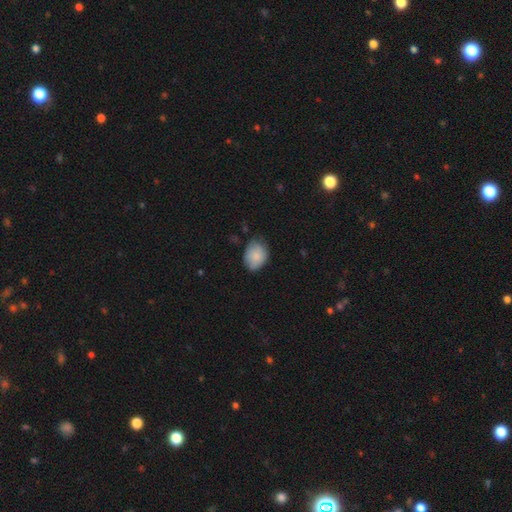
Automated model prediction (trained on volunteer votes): This appears to be a smooth galaxy with no disk features (83%) that is in between round and cigar-shaped (67%). Merging: none (66%).